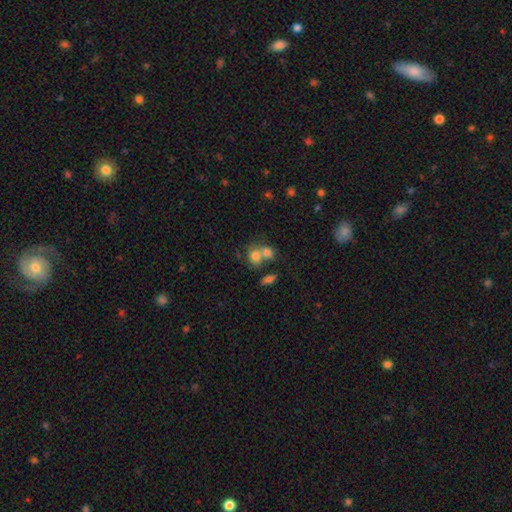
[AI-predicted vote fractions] smooth 73%, featured or disk 17%, star or artifact 10%. Down the decision tree: how rounded — round (60%); merging — merger (59%).